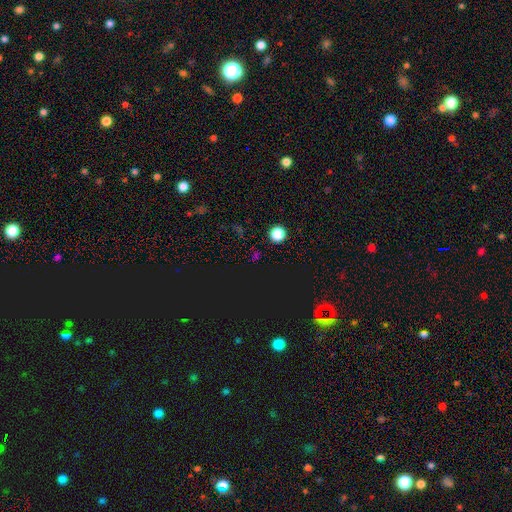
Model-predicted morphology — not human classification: Overall: star or artifact (58%; smooth 37%).